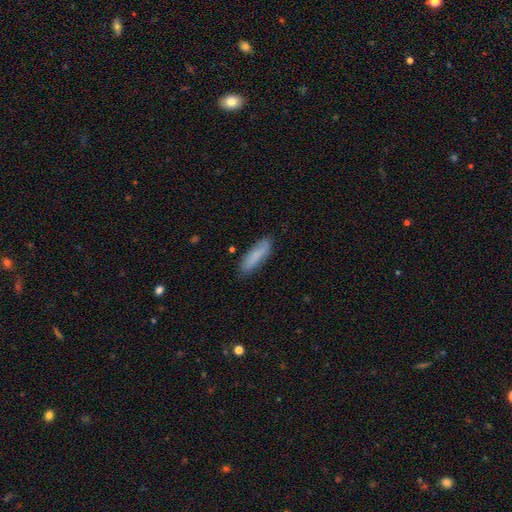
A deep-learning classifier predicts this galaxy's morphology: The model was most divided on "how rounded": cigar-shaped: 64%, in between: 35%, round: 1%. More confident: merging — none (80%); smooth or featured — smooth (79%).